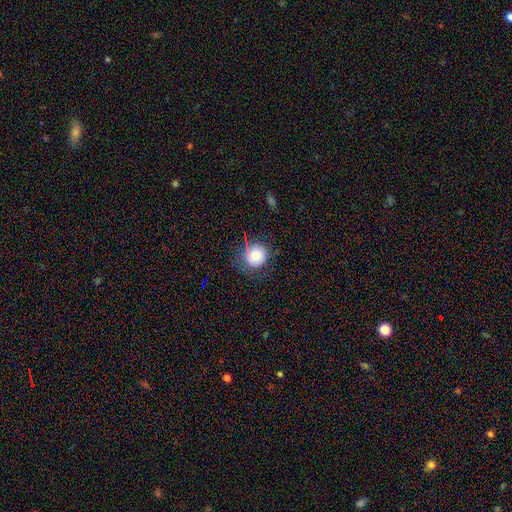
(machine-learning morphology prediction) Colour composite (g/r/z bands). It shows a smooth galaxy with no disk features (74%) that is round (90%). Merging: none (71%).